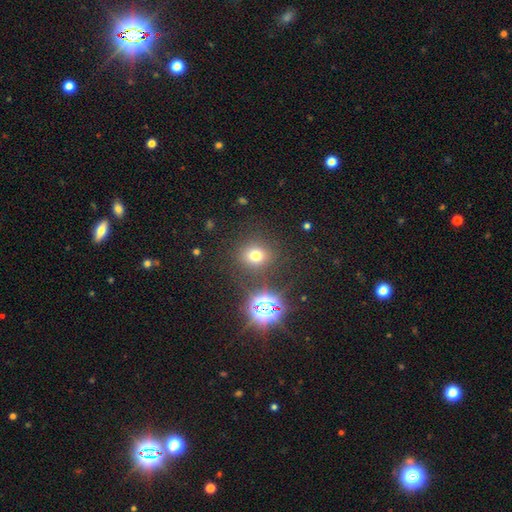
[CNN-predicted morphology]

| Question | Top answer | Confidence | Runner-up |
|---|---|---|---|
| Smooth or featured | smooth | 66% | star or artifact (26%) |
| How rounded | round | 81% | in between (18%) |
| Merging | none | 84% | minor disturbance (8%) |